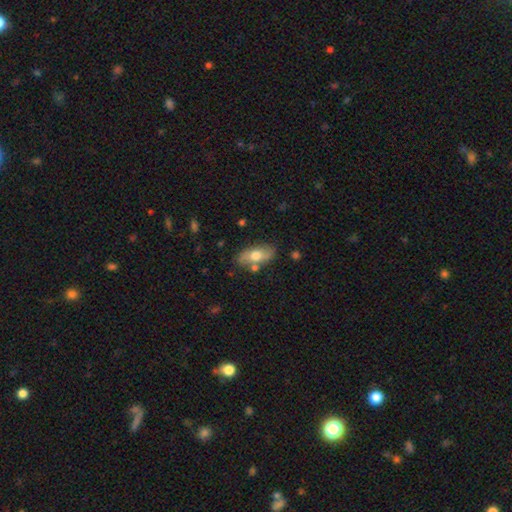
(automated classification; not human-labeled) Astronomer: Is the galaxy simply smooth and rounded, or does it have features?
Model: smooth — 56% (runner-up: featured or disk, 37%).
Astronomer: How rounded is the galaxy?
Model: in between — 86%.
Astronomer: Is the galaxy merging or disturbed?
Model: none — 75%.